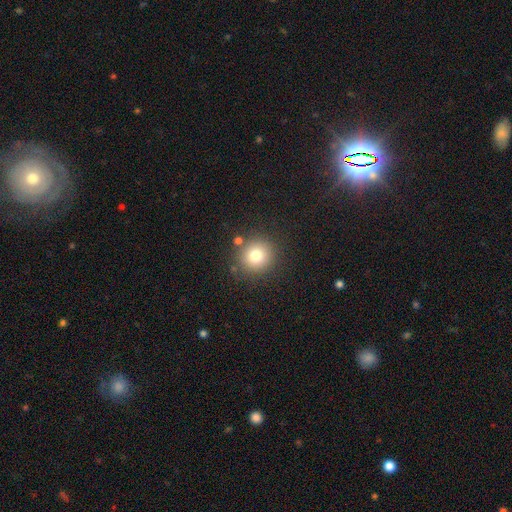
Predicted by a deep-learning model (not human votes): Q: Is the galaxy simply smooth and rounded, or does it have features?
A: smooth — 78%.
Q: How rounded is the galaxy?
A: round — 91%.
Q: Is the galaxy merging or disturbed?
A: none — 83%.